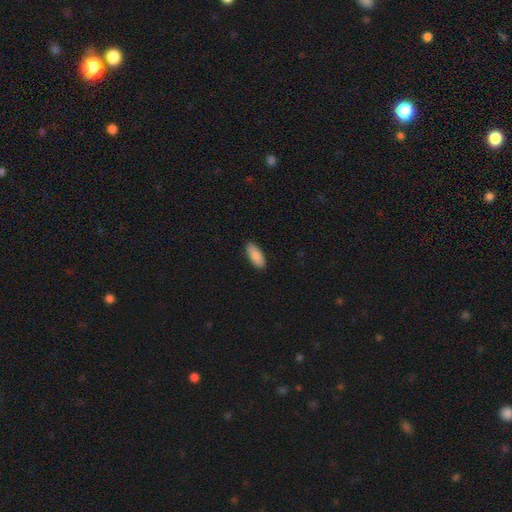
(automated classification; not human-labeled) This is clearly a smooth galaxy (89%). How rounded: clearly in between (83%). Merging: clearly none (89%).